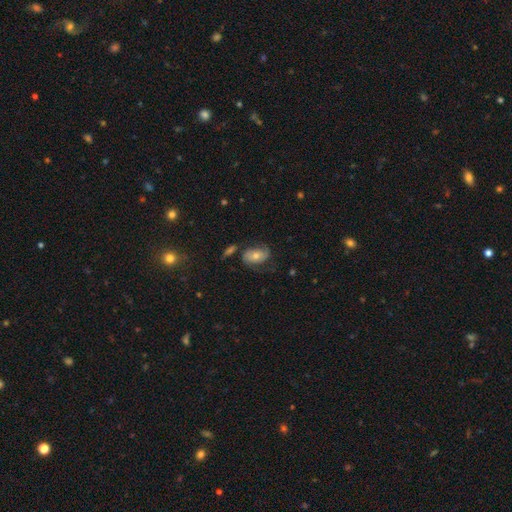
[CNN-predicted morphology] Overall: featured or disk (57%; smooth 32%). Edge-on disk: no (95%). Bar: no (66%). Spiral arms: yes (80%). Bulge size: moderate (56%; small 37%). Merging: none (59%; minor disturbance 21%).